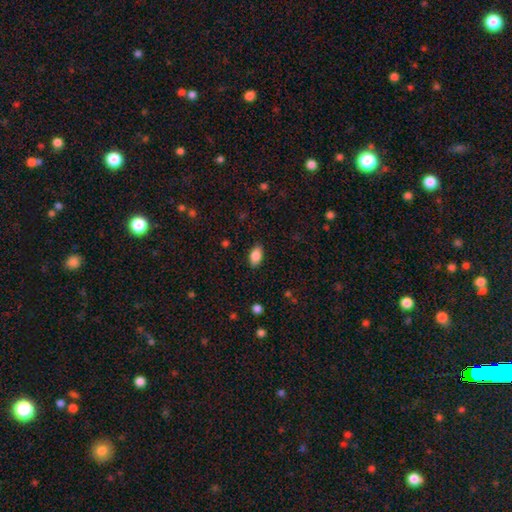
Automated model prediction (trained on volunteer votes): smooth_or_featured: smooth (p=0.86) [alt: star or artifact p=0.08]
how_rounded: in between (p=0.93) [alt: round p=0.04]
merging: none (p=0.87) [alt: minor disturbance p=0.10]